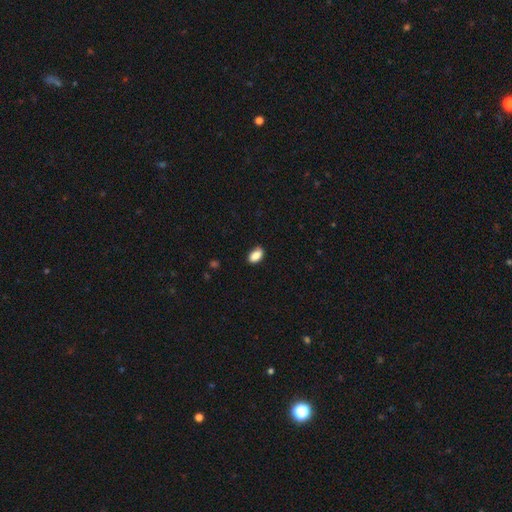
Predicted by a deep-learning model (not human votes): This is clearly a smooth galaxy (88%). How rounded: clearly in between (91%). Merging: likely none (79%).